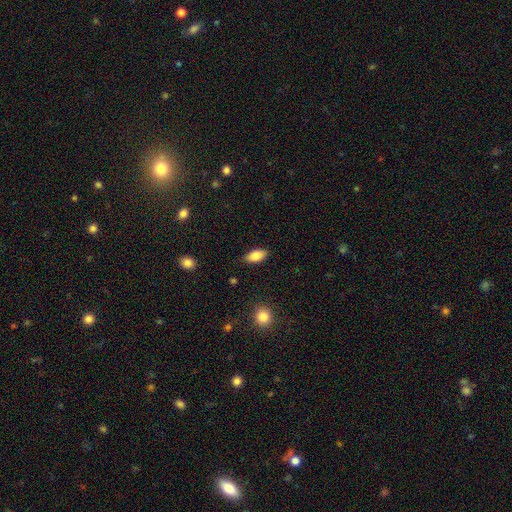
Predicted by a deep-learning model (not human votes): The model was most divided on "merging": none: 86%, minor disturbance: 10%, major disturbance: 2%, merger: 1%. More confident: how rounded — in between (90%); smooth or featured — smooth (85%).